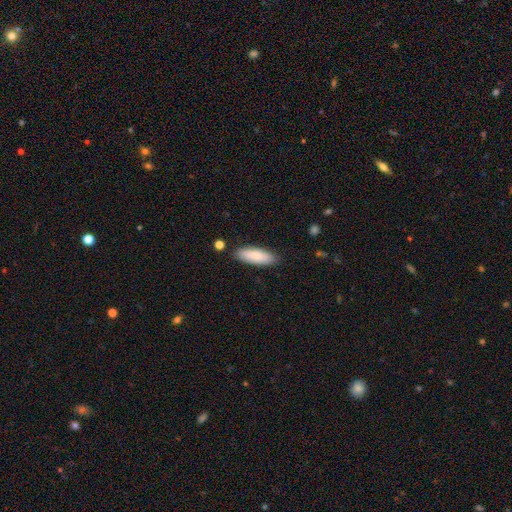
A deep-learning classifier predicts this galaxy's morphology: smooth 85%, featured or disk 9%, star or artifact 6%. Down the decision tree: how rounded — in between (58%); merging — none (86%).